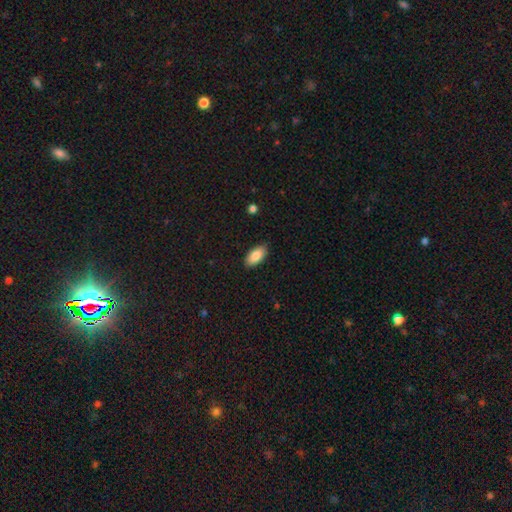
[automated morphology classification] This appears to be a smooth galaxy with no disk features (85%) that is in between round and cigar-shaped (92%). Merging: none (87%).